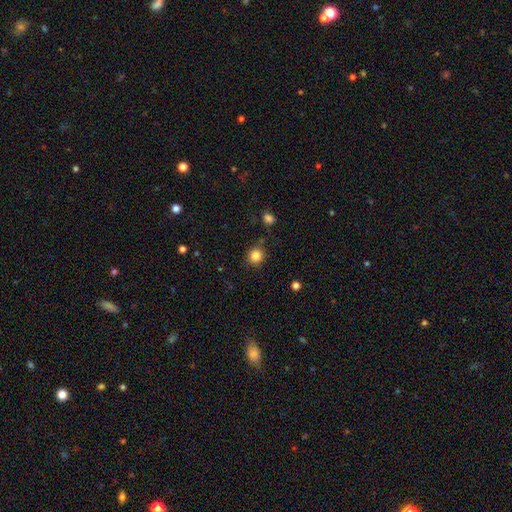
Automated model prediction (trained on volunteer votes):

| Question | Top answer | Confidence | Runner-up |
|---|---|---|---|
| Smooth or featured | smooth | 83% | star or artifact (12%) |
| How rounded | round | 91% | in between (8%) |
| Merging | none | 85% | minor disturbance (9%) |